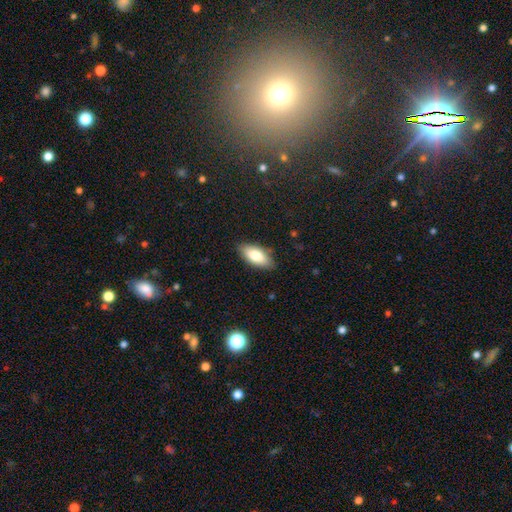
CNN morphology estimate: Smooth or featured: smooth — 79% (featured or disk — 15%)
How rounded: in between — 88% (cigar-shaped — 10%)
Merging: none — 85% (minor disturbance — 12%)